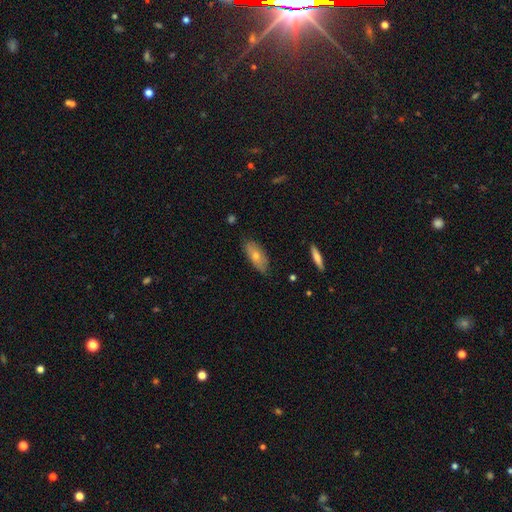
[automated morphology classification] type=smooth (56%); roundness=in between (74%); merging=none (81%).